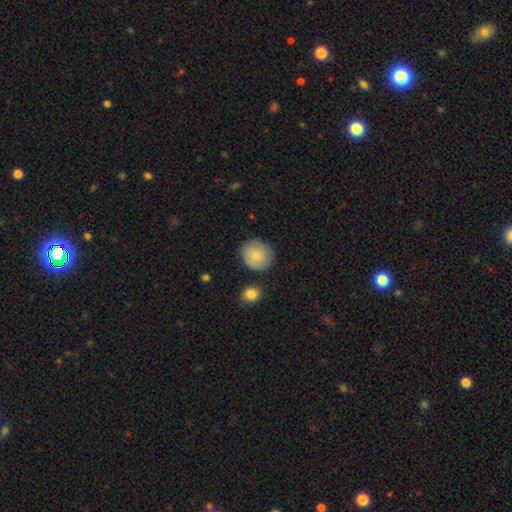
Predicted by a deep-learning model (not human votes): Overall: smooth (78%). How rounded: round (82%). Merging: none (81%).